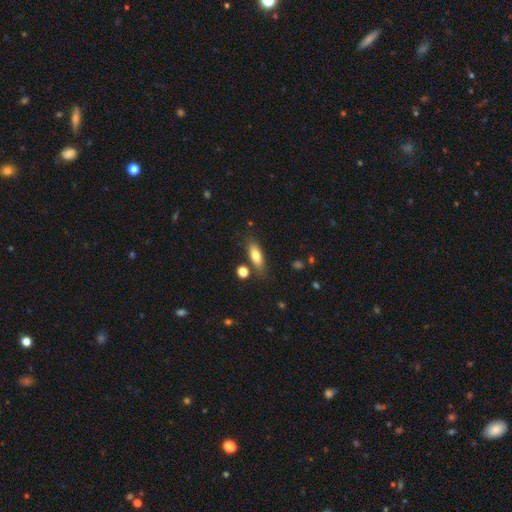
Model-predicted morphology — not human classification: Q: Smooth or featured?
A: smooth (74%); runner-up: featured or disk (18%)
Q: How rounded?
A: in between (64%); runner-up: cigar-shaped (33%)
Q: Merging?
A: none (78%); runner-up: minor disturbance (14%)